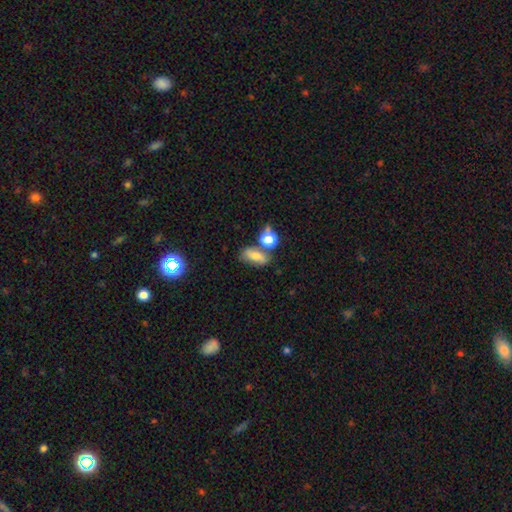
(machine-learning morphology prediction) The model was most divided on "merging": none: 52%, merger: 25%, minor disturbance: 16%, major disturbance: 7%. More confident: how rounded — in between (79%); smooth or featured — smooth (68%).